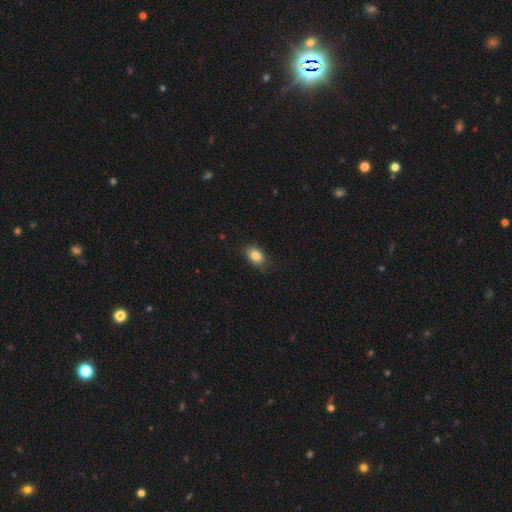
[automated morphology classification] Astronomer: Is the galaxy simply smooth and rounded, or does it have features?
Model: smooth — 84%.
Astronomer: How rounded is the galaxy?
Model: in between — 80%.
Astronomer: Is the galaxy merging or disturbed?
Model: none — 82%.